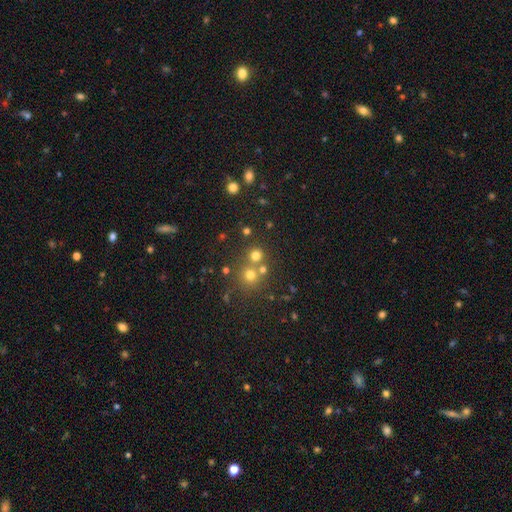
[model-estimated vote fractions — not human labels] The model was most divided on "merging": none: 63%, merger: 27%, minor disturbance: 7%, major disturbance: 3%. More confident: how rounded — round (90%); smooth or featured — smooth (69%).